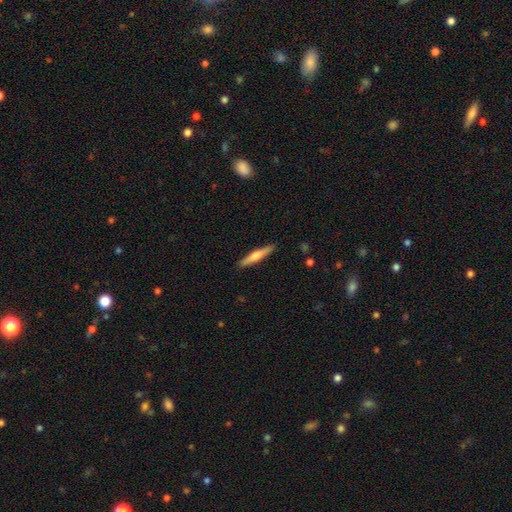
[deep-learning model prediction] Smooth or featured? smooth (53%)
How rounded? cigar-shaped (91%)
Merging? none (91%)